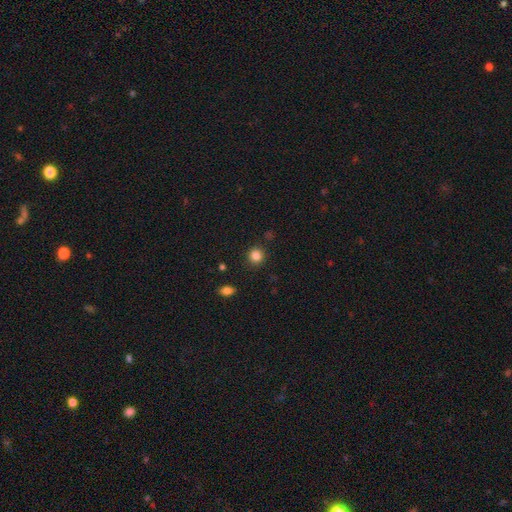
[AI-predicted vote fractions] Morphology: type=smooth (84%); roundness=round (90%); merging=none (90%).